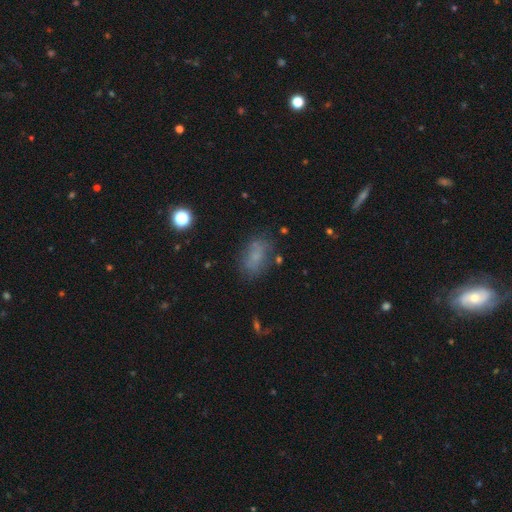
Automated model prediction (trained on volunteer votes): Smooth or featured? smooth (65%)
How rounded? in between (86%)
Merging? none (68%)